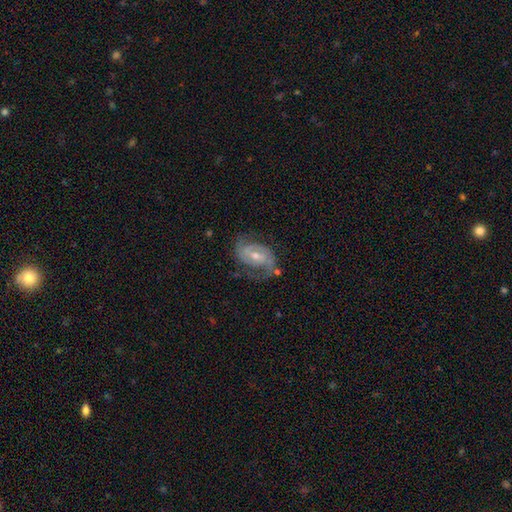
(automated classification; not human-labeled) Smooth or featured?
  - featured or disk: 84% *
  - smooth: 9%
  - star or artifact: 7%
Edge-on disk?
  - no: 97% *
  - yes: 3%
Bar?
  - weak: 44% *
  - no: 35%
  - strong: 21%
Spiral arms?
  - yes: 95% *
  - no: 5%
Spiral winding?
  - medium: 47% *
  - tight: 37%
  - loose: 16%
Spiral arm count?
  - 2: 81% *
  - can't tell: 8%
  - 3: 4%
  - 1: 3%
  - 4: 2%
  - more than 4: 1%
Bulge size?
  - moderate: 48% * (tied)
  - small: 48% * (tied)
  - large: 2%
  - none: 2%
  - dominant: 1%
Merging?
  - none: 70% *
  - minor disturbance: 17%
  - major disturbance: 11%
  - merger: 2%